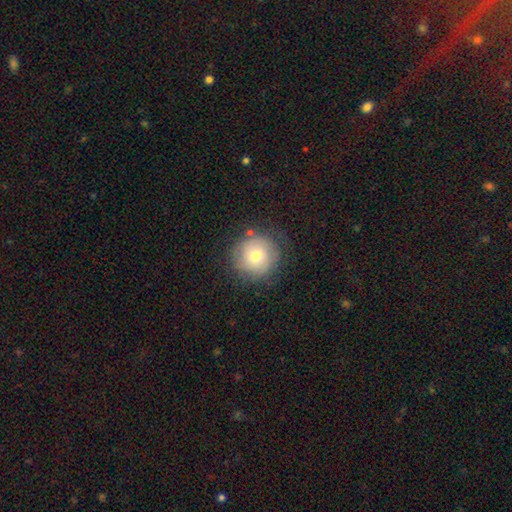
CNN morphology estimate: smooth 67%, featured or disk 23%, star or artifact 10%. Down the decision tree: how rounded — round (94%); merging — none (78%).